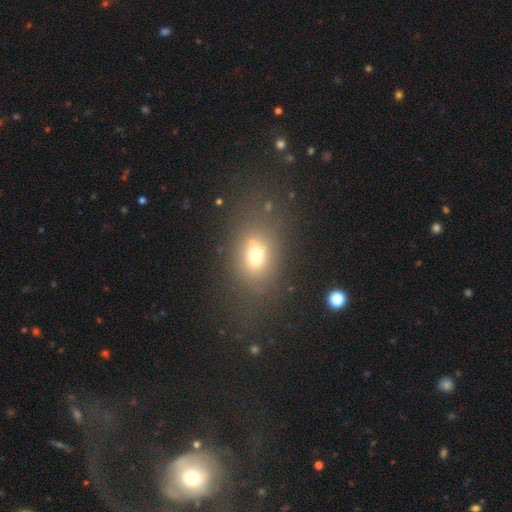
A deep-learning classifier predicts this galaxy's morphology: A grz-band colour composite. It shows a smooth galaxy with no disk features (69%) that is in between round and cigar-shaped (61%). Merging: none (70%).